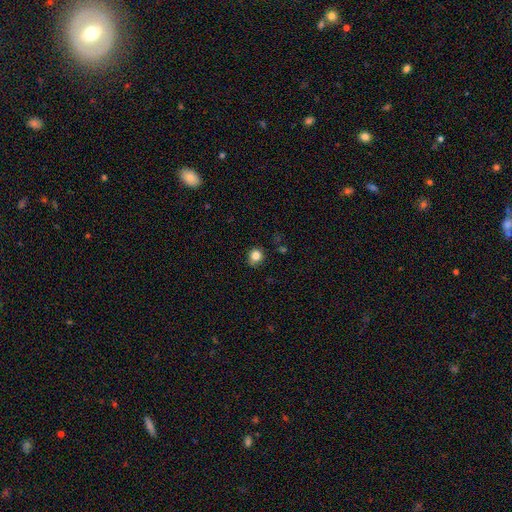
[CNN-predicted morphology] smooth-or-featured: smooth: 83% | star or artifact: 11% | featured or disk: 6%
  how-rounded: round: 79% | in between: 20% | cigar-shaped: 1%
  merging: none: 78% | minor disturbance: 17% | major disturbance: 3% | merger: 2%